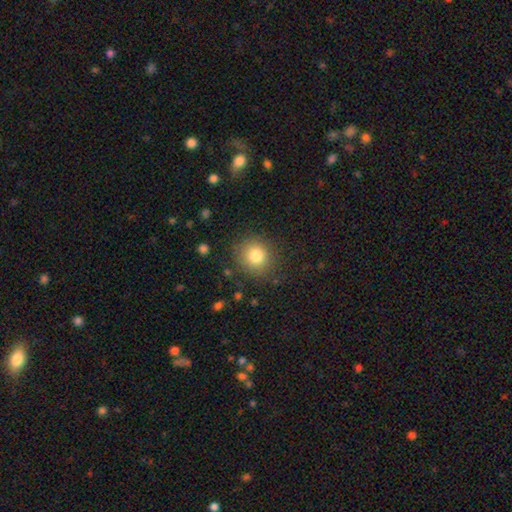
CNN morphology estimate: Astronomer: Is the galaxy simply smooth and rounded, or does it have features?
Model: smooth — 81%.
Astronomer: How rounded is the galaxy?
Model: round — 87%.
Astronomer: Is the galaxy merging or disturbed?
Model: none — 85%.